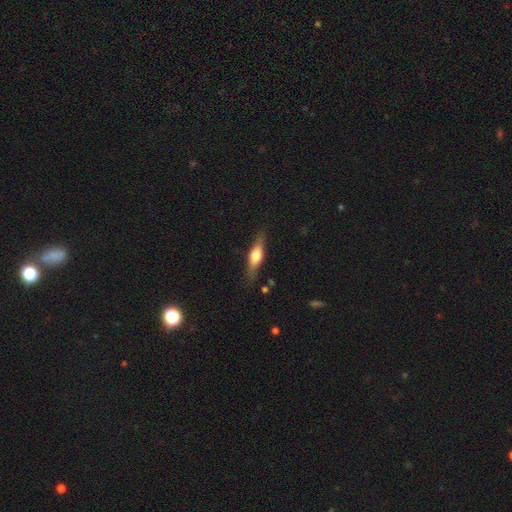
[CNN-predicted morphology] Smooth or featured?
  - featured or disk: 50% *
  - smooth: 44%
  - star or artifact: 6%
Merging?
  - none: 82% *
  - minor disturbance: 13%
  - major disturbance: 3%
  - merger: 2%